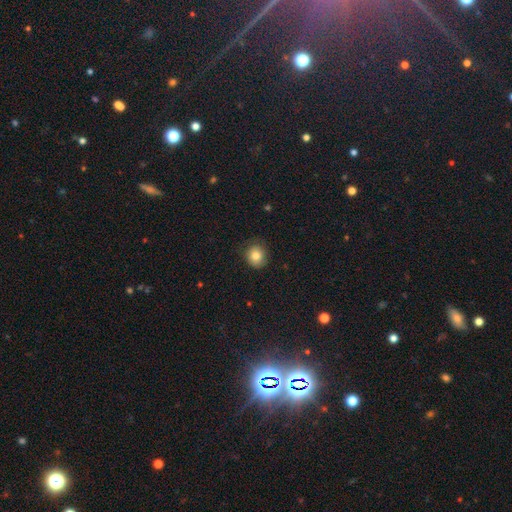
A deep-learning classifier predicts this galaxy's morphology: This is clearly a smooth galaxy (82%). How rounded: clearly round (84%). Merging: likely none (80%).